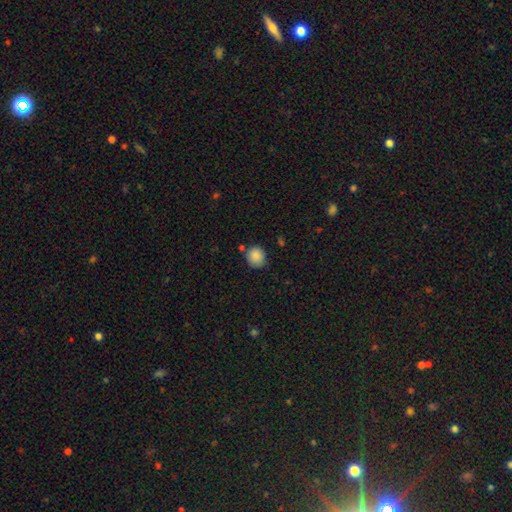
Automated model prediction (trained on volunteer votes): smooth_or_featured: smooth (p=0.87) [alt: star or artifact p=0.08]
how_rounded: round (p=0.83) [alt: in between p=0.16]
merging: none (p=0.72) [alt: minor disturbance p=0.19]